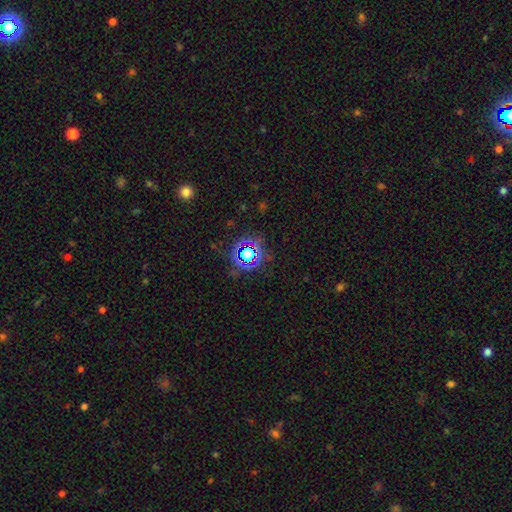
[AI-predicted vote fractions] A star or artifact, not a galaxy (75%).